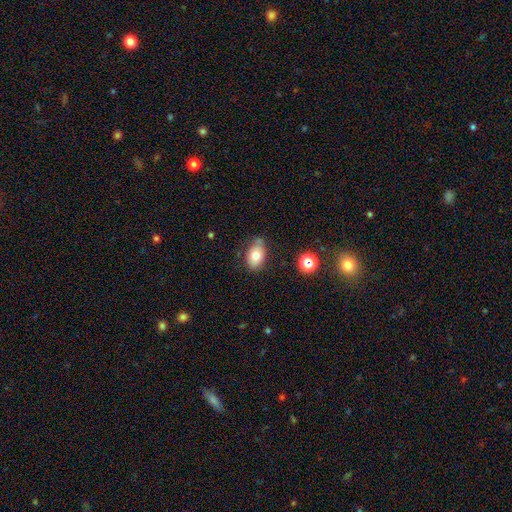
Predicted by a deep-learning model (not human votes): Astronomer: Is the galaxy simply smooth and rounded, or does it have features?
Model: smooth — 77%.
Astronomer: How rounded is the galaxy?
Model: in between — 87%.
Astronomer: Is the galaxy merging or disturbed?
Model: none — 69%.